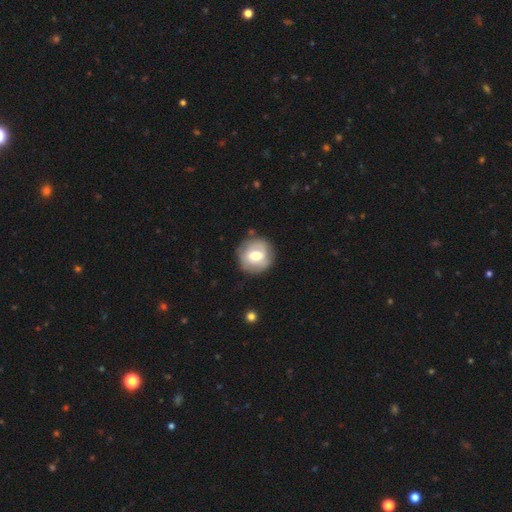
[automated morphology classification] smooth 57%, featured or disk 36%, star or artifact 7%. Down the decision tree: how rounded — round (91%); merging — none (82%).